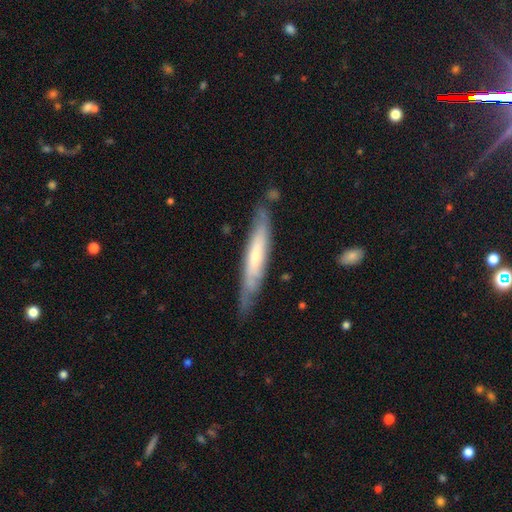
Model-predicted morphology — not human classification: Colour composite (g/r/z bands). It shows a featured or disk galaxy (54%) viewed edge-on (70%). Merging: none (72%).